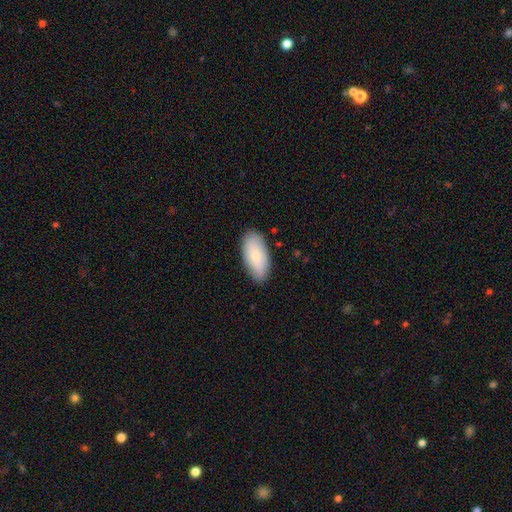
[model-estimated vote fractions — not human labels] smooth 79%, featured or disk 15%, star or artifact 6%. Down the decision tree: how rounded — in between (89%); merging — none (84%).